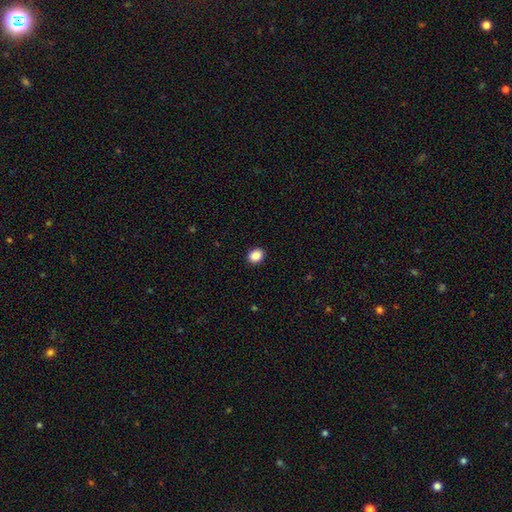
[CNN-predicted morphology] Smooth or featured: smooth — 89% (star or artifact — 9%)
How rounded: round — 55% (in between — 44%)
Merging: none — 91% (minor disturbance — 6%)